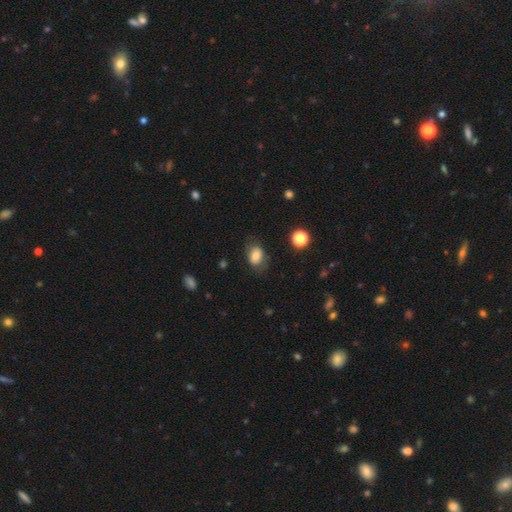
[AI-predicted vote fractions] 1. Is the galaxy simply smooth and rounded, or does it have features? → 73% smooth, 18% featured or disk, 9% star or artifact.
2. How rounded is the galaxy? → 79% in between, 19% round, 1% cigar-shaped.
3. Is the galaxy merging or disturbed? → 67% none, 21% minor disturbance, 11% major disturbance, 2% merger.